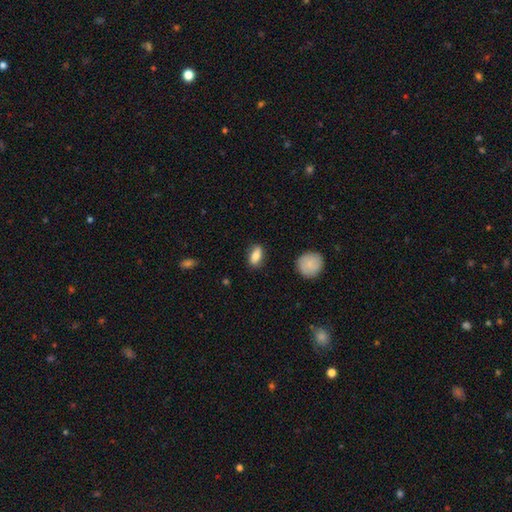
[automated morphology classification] The model was most divided on "smooth or featured": smooth: 80%, featured or disk: 13%, star or artifact: 7%. More confident: merging — none (82%); how rounded — in between (82%).